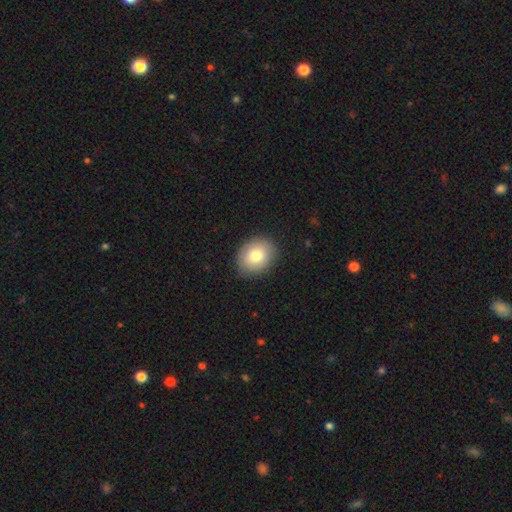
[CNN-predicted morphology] This is likely a smooth galaxy (79%). How rounded: possibly in between (50%). Merging: clearly none (86%).